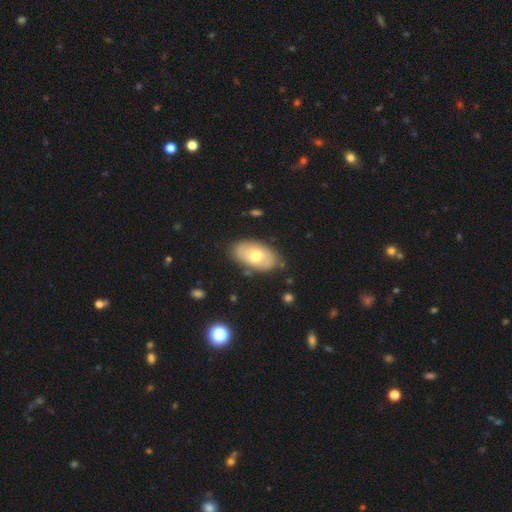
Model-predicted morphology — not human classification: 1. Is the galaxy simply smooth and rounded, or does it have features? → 61% smooth, 33% featured or disk, 6% star or artifact.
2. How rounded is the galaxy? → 93% in between, 6% round, 2% cigar-shaped.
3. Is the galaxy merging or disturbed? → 81% none, 13% minor disturbance, 3% major disturbance, 2% merger.